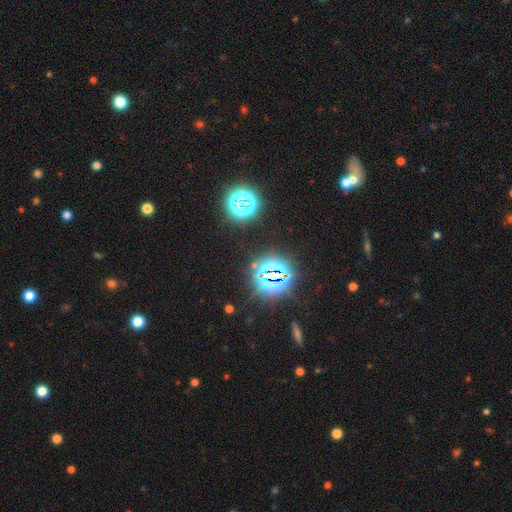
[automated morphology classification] star or artifact 81%, smooth 12%, featured or disk 6%.